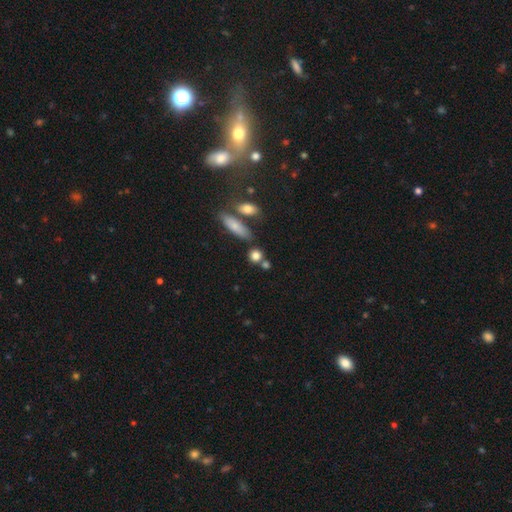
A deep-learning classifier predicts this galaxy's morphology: The model was most divided on "merging": none: 65%, merger: 20%, minor disturbance: 11%, major disturbance: 4%. More confident: smooth or featured — smooth (80%); how rounded — round (72%).